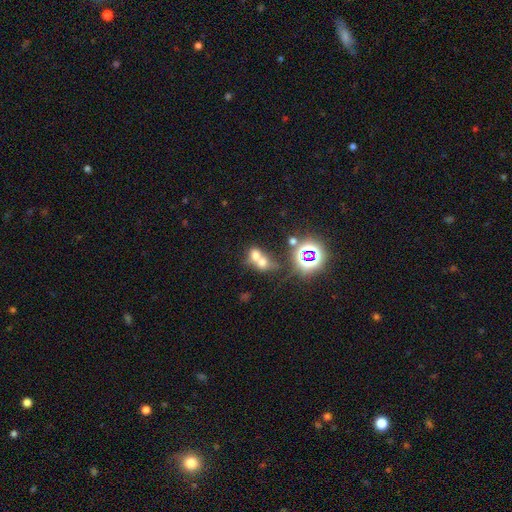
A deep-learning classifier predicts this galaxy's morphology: The model was most divided on "how rounded": round: 58%, in between: 40%, cigar-shaped: 2%. More confident: merging — merger (67%); smooth or featured — smooth (56%).